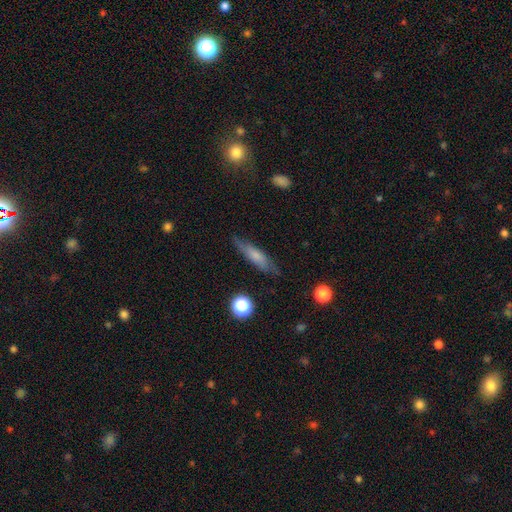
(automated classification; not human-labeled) Q: Smooth or featured?
A: smooth (63%); runner-up: featured or disk (29%)
Q: How rounded?
A: cigar-shaped (72%); runner-up: in between (25%)
Q: Merging?
A: none (77%); runner-up: minor disturbance (17%)